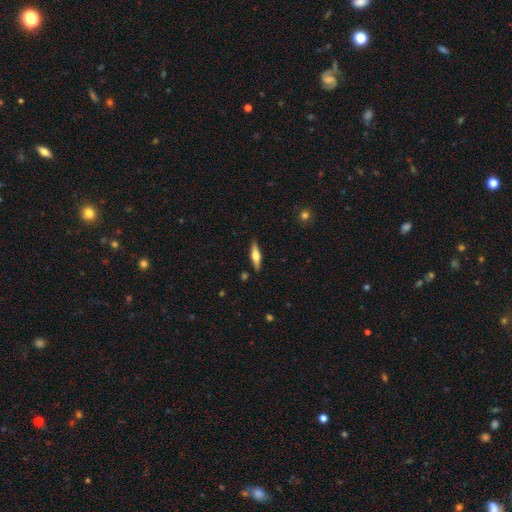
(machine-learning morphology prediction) featured or disk 51%, smooth 43%, star or artifact 6%. Down the decision tree: edge-on disk — yes (94%); merging — none (89%).